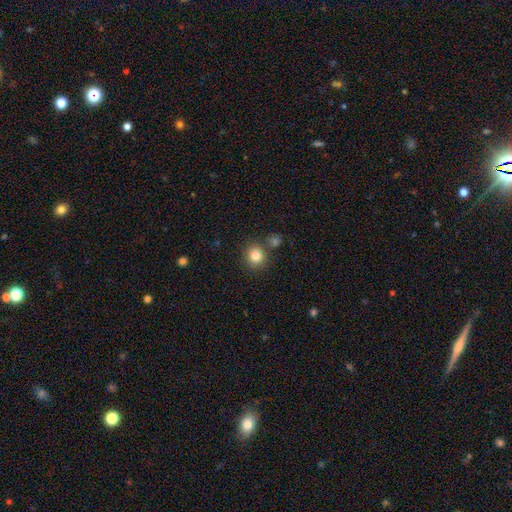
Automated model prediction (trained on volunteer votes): Smooth or featured?
  - smooth: 83% *
  - star or artifact: 11%
  - featured or disk: 6%
How rounded?
  - round: 87% *
  - in between: 12%
  - cigar-shaped: 1%
Merging?
  - none: 77% *
  - merger: 11%
  - minor disturbance: 9%
  - major disturbance: 3%